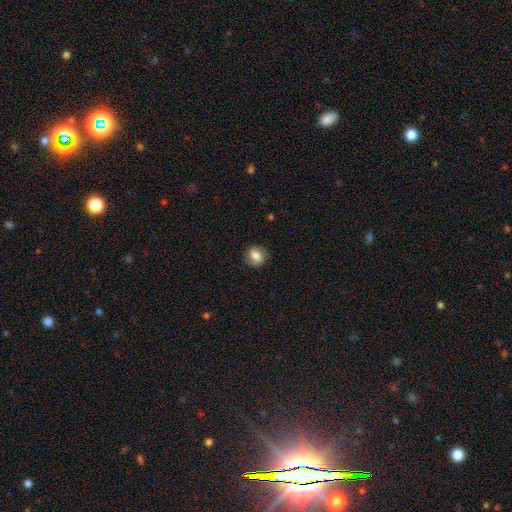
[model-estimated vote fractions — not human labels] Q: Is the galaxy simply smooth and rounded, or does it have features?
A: smooth — 70%.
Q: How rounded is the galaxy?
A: round — 63%.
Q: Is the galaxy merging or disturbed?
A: none — 81%.